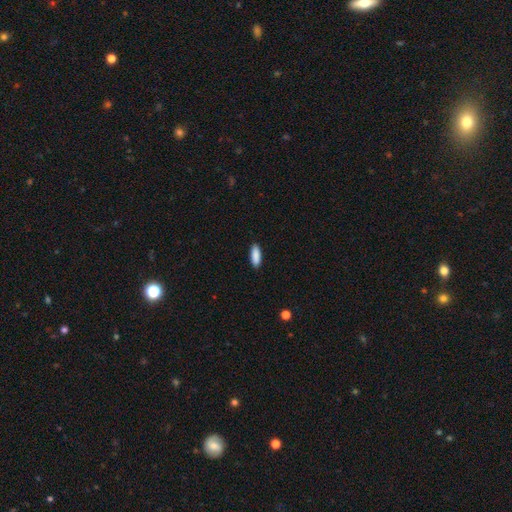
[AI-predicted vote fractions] Smooth or featured: smooth — 90% (star or artifact — 6%)
How rounded: in between — 66% (cigar-shaped — 32%)
Merging: none — 90% (minor disturbance — 8%)